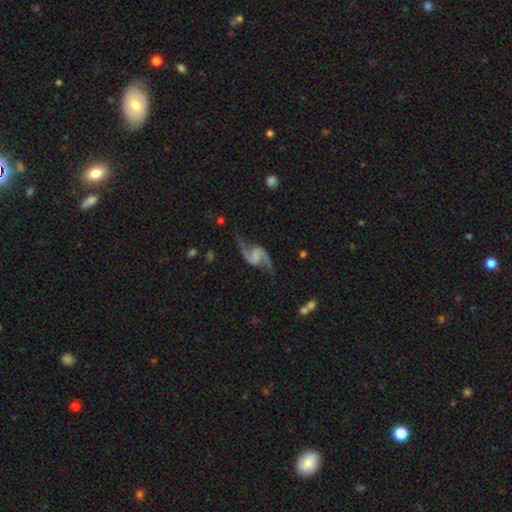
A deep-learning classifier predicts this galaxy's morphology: Smooth or featured?
  - featured or disk: 90% *
  - smooth: 5%
  - star or artifact: 5%
Edge-on disk?
  - no: 98% *
  - yes: 2%
Bar?
  - weak: 43% *
  - no: 40%
  - strong: 16%
Spiral arms?
  - yes: 97% *
  - no: 3%
Spiral winding?
  - loose: 79% *
  - medium: 18%
  - tight: 4%
Spiral arm count?
  - 2: 94% *
  - 1: 1%
  - can't tell: 1%
  - 3: 1%
  - 4: 1%
  - more than 4: 1%
Bulge size?
  - none: 46% *
  - small: 36%
  - moderate: 13%
  - large: 3%
  - dominant: 2%
Merging?
  - none: 75% *
  - minor disturbance: 14%
  - major disturbance: 8%
  - merger: 2%